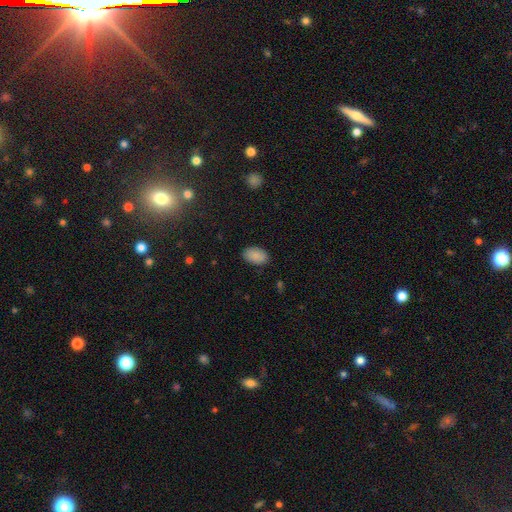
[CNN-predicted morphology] Smooth or featured? smooth (88%)
How rounded? in between (92%)
Merging? none (86%)